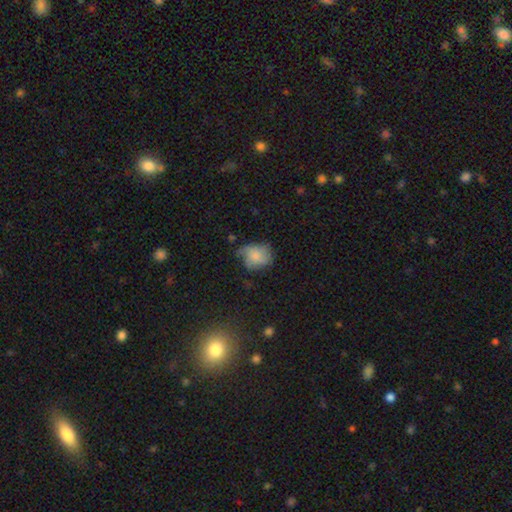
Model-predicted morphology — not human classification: smooth_or_featured: smooth (p=0.65) [alt: featured or disk p=0.26]
how_rounded: in between (p=0.50) [alt: round p=0.49]
merging: none (p=0.41) [alt: minor disturbance p=0.36]